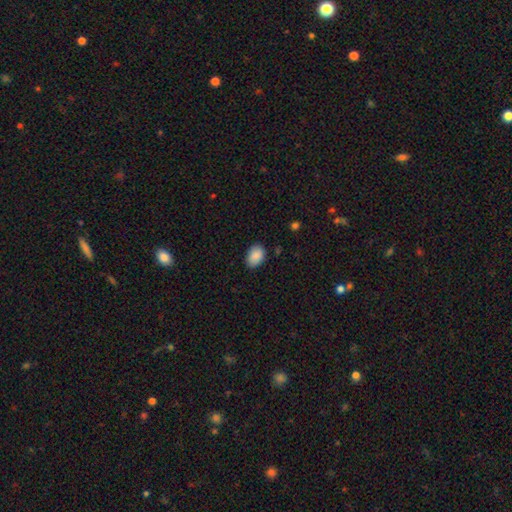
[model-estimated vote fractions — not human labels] smooth-or-featured: smooth: 89% | star or artifact: 7% | featured or disk: 4%
  how-rounded: in between: 84% | round: 15% | cigar-shaped: 1%
  merging: none: 83% | minor disturbance: 13% | major disturbance: 3% | merger: 1%